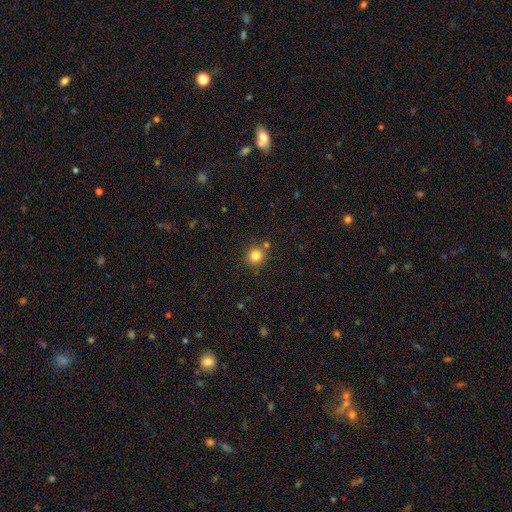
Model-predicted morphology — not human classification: The model was most divided on "smooth or featured": smooth: 81%, star or artifact: 12%, featured or disk: 6%. More confident: how rounded — round (90%); merging — none (80%).